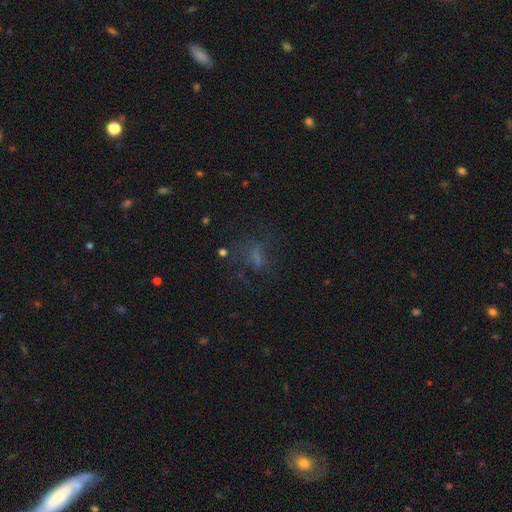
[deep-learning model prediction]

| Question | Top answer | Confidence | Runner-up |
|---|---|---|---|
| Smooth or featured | smooth | 40% | featured or disk (33%) |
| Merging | none | 51% | major disturbance (29%) |